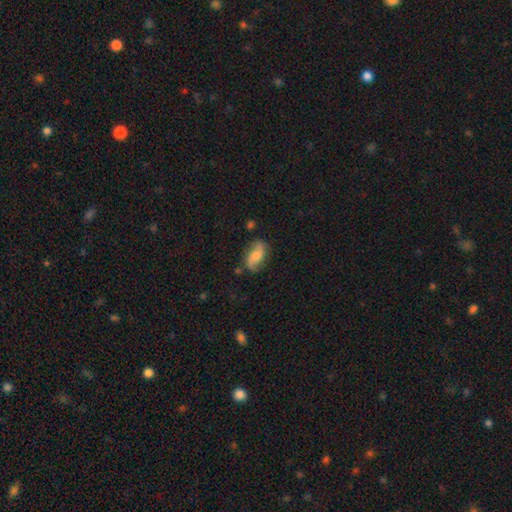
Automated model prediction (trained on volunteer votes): Overall: featured or disk (49%; smooth 43%). Merging: none (71%).